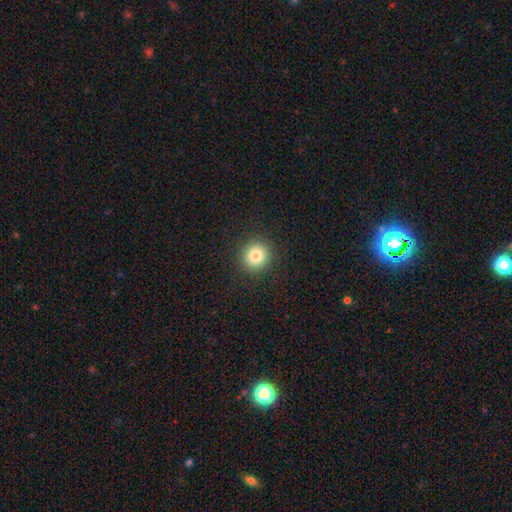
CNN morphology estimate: The model was most divided on "smooth or featured": smooth: 82%, star or artifact: 11%, featured or disk: 7%. More confident: merging — none (91%); how rounded — round (90%).